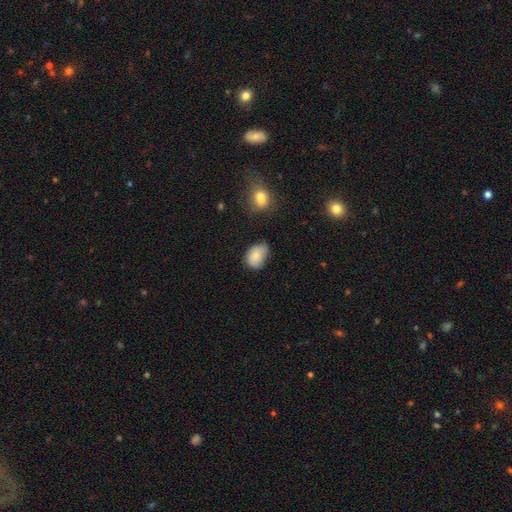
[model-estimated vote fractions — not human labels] Smooth or featured? smooth (81%)
How rounded? in between (76%)
Merging? none (47%)